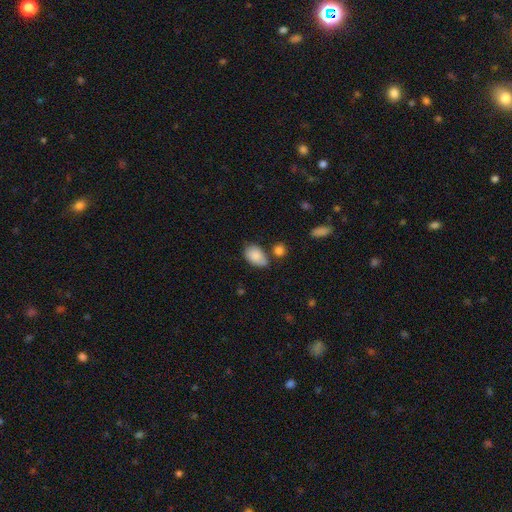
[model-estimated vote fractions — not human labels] Smooth or featured? Predicted: smooth (p=0.85). How rounded? Predicted: in between (p=0.88). Merging? Predicted: none (p=0.53).